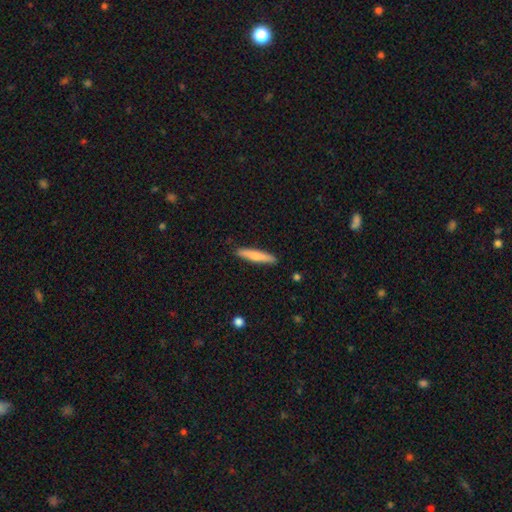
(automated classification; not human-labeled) Smooth or featured?
  - smooth: 70% *
  - featured or disk: 25%
  - star or artifact: 5%
How rounded?
  - cigar-shaped: 91% *
  - in between: 8%
  - round: 1%
Merging?
  - none: 89% *
  - minor disturbance: 8%
  - major disturbance: 2%
  - merger: 1%